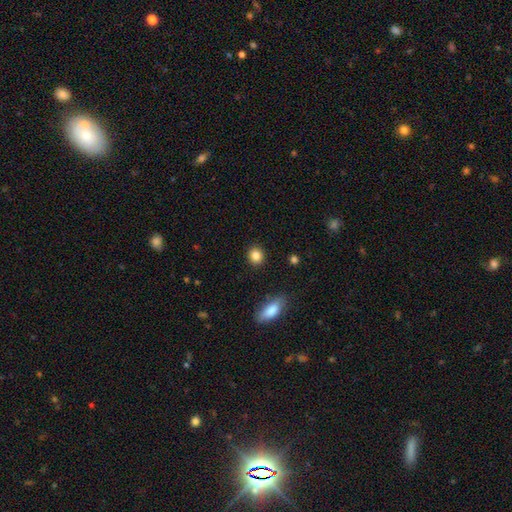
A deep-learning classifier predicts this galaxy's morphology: This appears to be a smooth galaxy with no disk features (85%) that is round (80%). Merging: none (91%).